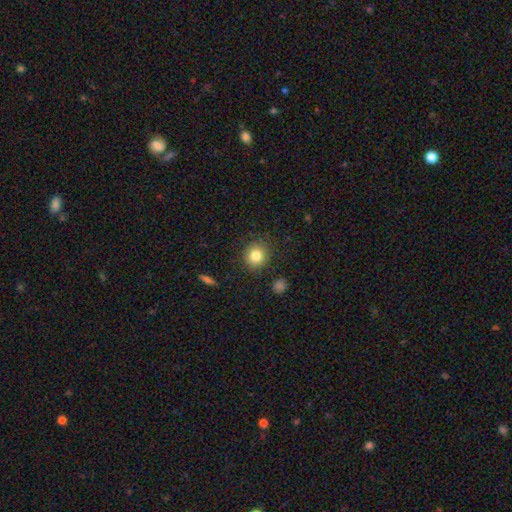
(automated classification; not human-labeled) A smooth galaxy with no disk features (82%) that is round (83%).

Vote fractions:
- Smooth or featured? smooth: 82% / star or artifact: 10% / featured or disk: 7%
- How rounded? round: 83% / in between: 16% / cigar-shaped: 1%
- Merging? none: 86% / minor disturbance: 9% / major disturbance: 3% / merger: 2%